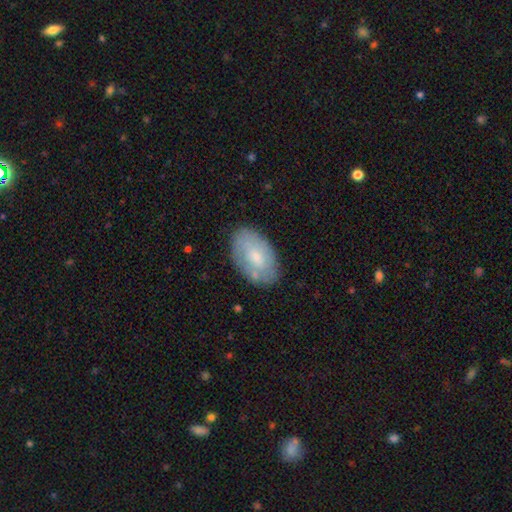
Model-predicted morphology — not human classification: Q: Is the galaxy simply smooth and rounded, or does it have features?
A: smooth — 58%.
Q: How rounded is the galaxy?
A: in between — 93%.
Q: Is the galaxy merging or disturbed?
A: none — 77%.